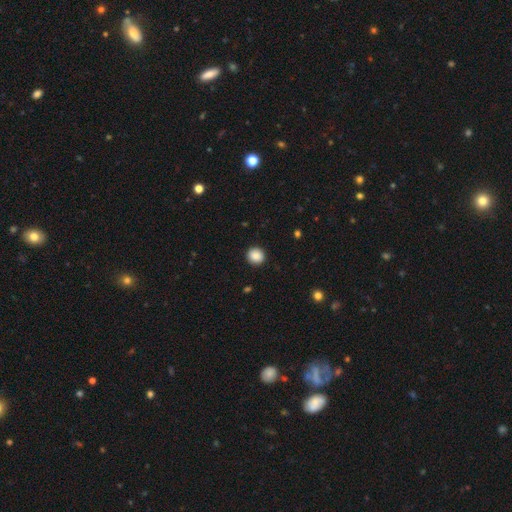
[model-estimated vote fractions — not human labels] Overall: smooth (88%). How rounded: round (91%). Merging: none (92%).